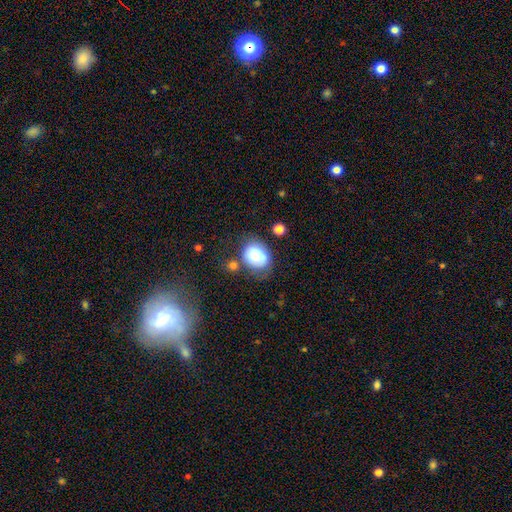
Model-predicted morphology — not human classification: This appears to be a smooth galaxy with no disk features (76%) that is in between round and cigar-shaped (50%). Merging: none (61%).